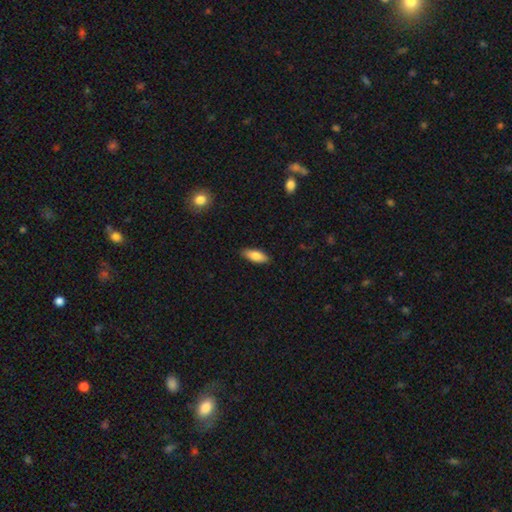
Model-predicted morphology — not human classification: This appears to be a smooth galaxy with no disk features (82%) that is in between round and cigar-shaped (74%). Merging: none (88%).